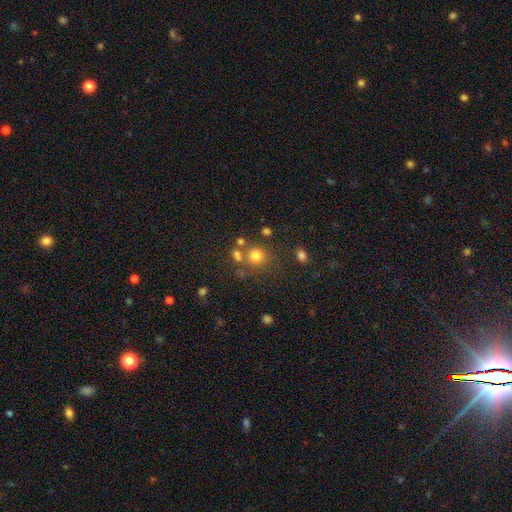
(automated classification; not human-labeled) A smooth galaxy with no disk features (74%) that is round (88%).

Vote fractions:
- Smooth or featured? smooth: 74% / star or artifact: 17% / featured or disk: 10%
- How rounded? round: 88% / in between: 11% / cigar-shaped: 1%
- Merging? none: 65% / merger: 18% / minor disturbance: 11% / major disturbance: 6%